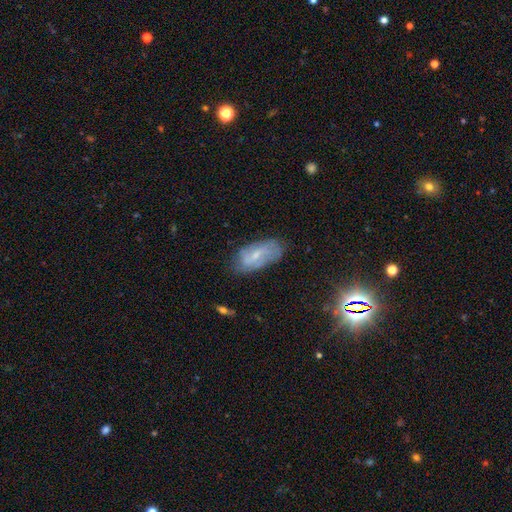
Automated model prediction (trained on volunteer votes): Q: Smooth or featured?
A: featured or disk (53%); runner-up: smooth (37%)
Q: Edge-on disk?
A: no (92%); runner-up: yes (8%)
Q: Merging?
A: none (68%); runner-up: minor disturbance (23%)